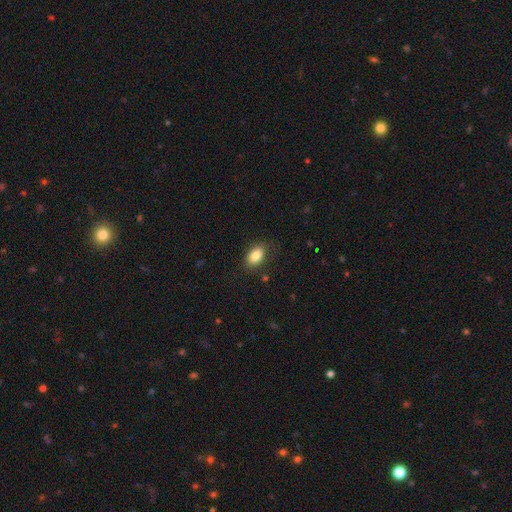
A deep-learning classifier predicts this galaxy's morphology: The model was most divided on "merging": none: 84%, minor disturbance: 12%, major disturbance: 3%, merger: 1%. More confident: how rounded — in between (89%); smooth or featured — smooth (85%).